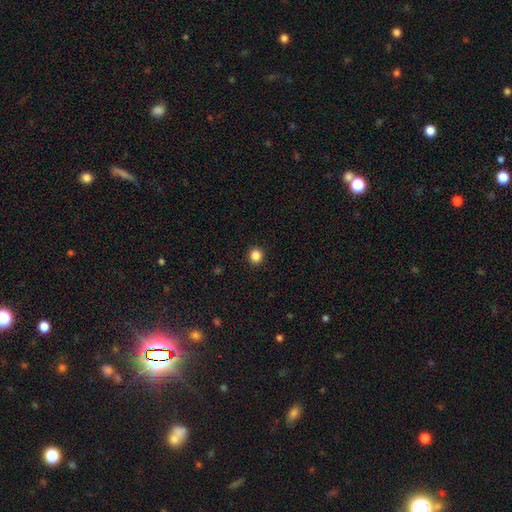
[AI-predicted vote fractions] Overall: smooth (86%). How rounded: round (91%). Merging: none (93%).